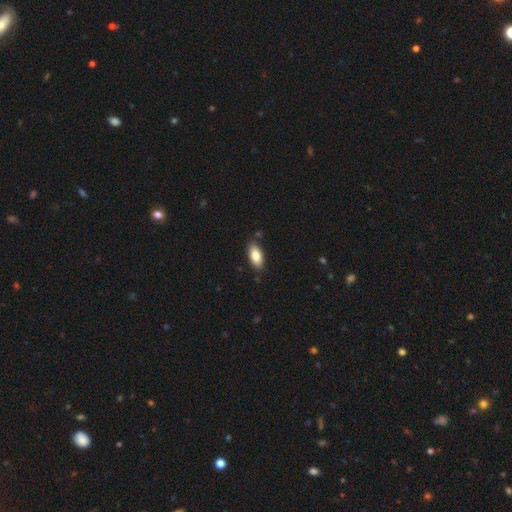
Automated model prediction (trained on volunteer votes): Smooth or featured?
  - smooth: 83% *
  - featured or disk: 11%
  - star or artifact: 7%
How rounded?
  - in between: 89% *
  - cigar-shaped: 8%
  - round: 2%
Merging?
  - none: 84% *
  - minor disturbance: 12%
  - major disturbance: 2%
  - merger: 2%